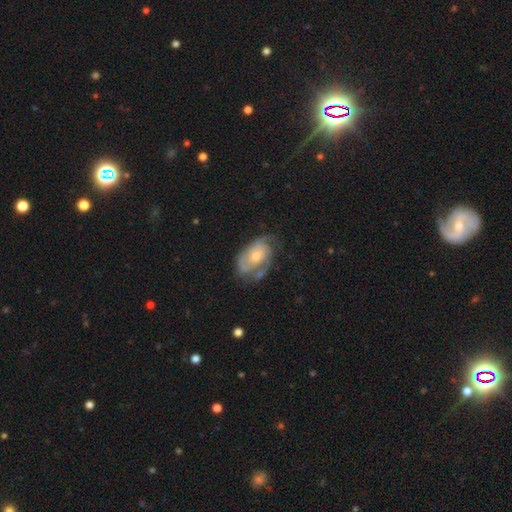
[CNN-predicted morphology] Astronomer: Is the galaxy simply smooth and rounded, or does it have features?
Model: featured or disk — 75%.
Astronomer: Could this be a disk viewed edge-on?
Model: no — 96%.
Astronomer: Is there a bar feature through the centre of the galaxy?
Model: no — 73%.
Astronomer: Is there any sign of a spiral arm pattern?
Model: yes — 90%.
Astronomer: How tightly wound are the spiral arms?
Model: tight — 48% (runner-up: medium, 38%).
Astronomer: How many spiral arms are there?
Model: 2 — 51%.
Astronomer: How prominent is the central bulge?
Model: small — 46% (runner-up: moderate, 45%).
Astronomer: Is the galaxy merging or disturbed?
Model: none — 55%.